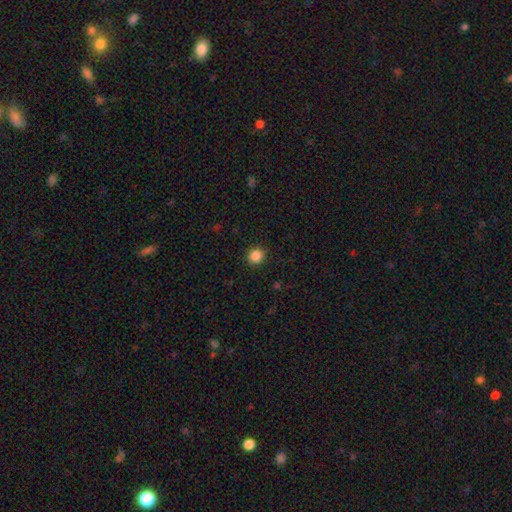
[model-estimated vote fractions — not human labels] Smooth or featured?
  - smooth: 87% *
  - star or artifact: 11%
  - featured or disk: 3%
How rounded?
  - round: 89% *
  - in between: 10%
  - cigar-shaped: 1%
Merging?
  - none: 91% *
  - minor disturbance: 6%
  - major disturbance: 2%
  - merger: 1%